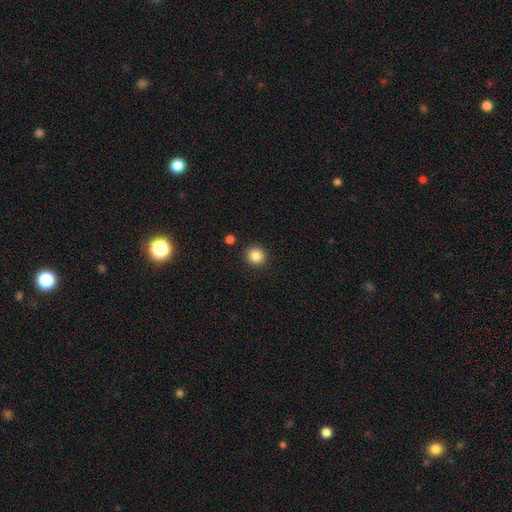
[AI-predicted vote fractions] Smooth or featured? smooth (87%)
How rounded? round (91%)
Merging? none (91%)